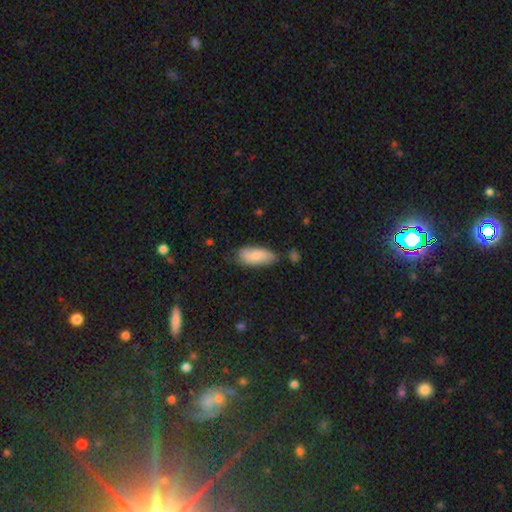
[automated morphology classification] A smooth galaxy with no disk features (77%) that is in between round and cigar-shaped (85%). Merging: none (65%).